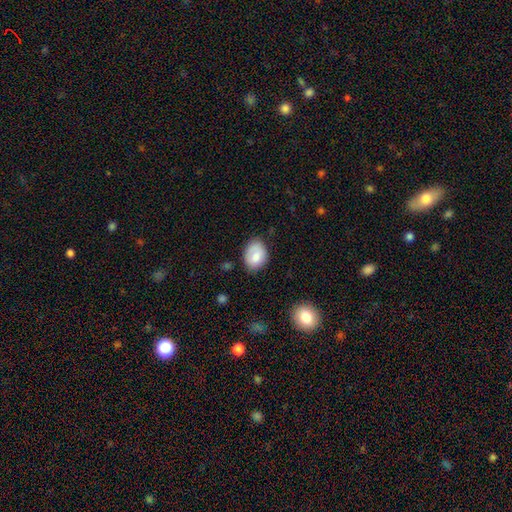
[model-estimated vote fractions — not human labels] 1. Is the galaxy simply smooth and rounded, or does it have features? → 79% smooth, 14% featured or disk, 7% star or artifact.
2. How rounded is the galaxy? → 70% in between, 29% round, 1% cigar-shaped.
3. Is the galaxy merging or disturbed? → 66% none, 26% minor disturbance, 6% major disturbance, 2% merger.